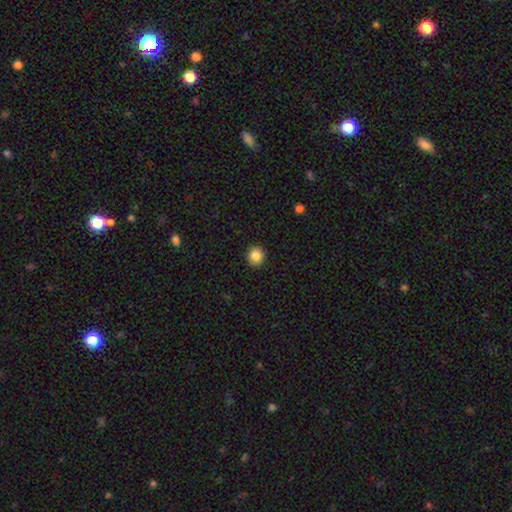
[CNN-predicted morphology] Smooth or featured: smooth — 86% (star or artifact — 10%)
How rounded: round — 88% (in between — 11%)
Merging: none — 92% (minor disturbance — 5%)